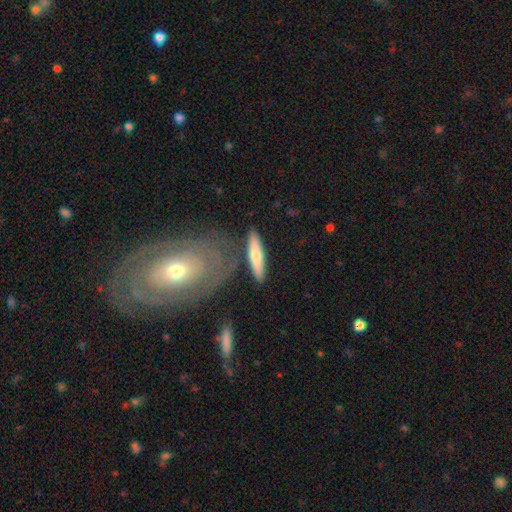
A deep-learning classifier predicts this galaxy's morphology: smooth_or_featured: smooth (p=0.69) [alt: featured or disk p=0.26]
how_rounded: cigar-shaped (p=0.77) [alt: in between p=0.21]
merging: none (p=0.80) [alt: minor disturbance p=0.11]